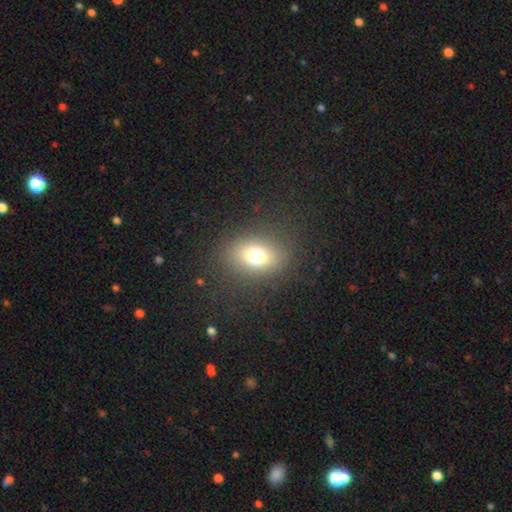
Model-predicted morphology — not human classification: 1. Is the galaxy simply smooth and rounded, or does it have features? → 72% smooth, 16% star or artifact, 12% featured or disk.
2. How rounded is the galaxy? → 58% in between, 41% round, 2% cigar-shaped.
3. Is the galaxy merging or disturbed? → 83% none, 9% minor disturbance, 7% major disturbance, 1% merger.